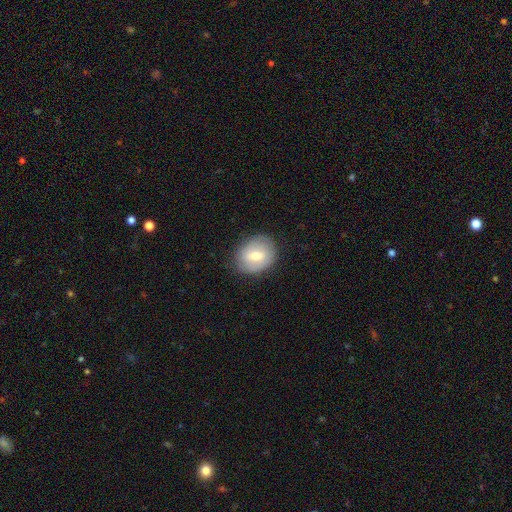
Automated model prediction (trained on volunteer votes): This appears to be a smooth galaxy with no disk features (64%) that is round (56%). Merging: none (82%).